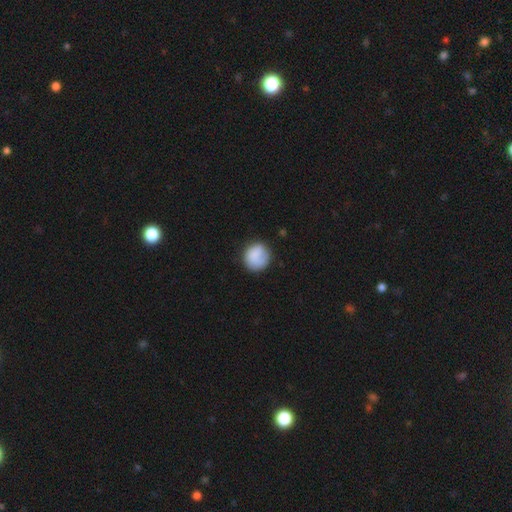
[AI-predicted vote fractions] Overall: smooth (80%). How rounded: round (85%). Merging: none (71%).